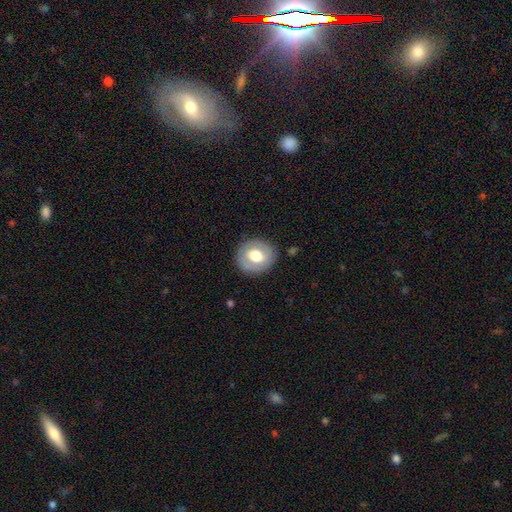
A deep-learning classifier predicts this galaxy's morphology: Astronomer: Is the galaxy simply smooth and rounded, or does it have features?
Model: smooth — 58% (runner-up: featured or disk, 35%).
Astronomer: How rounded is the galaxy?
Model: round — 78%.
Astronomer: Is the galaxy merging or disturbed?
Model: none — 84%.